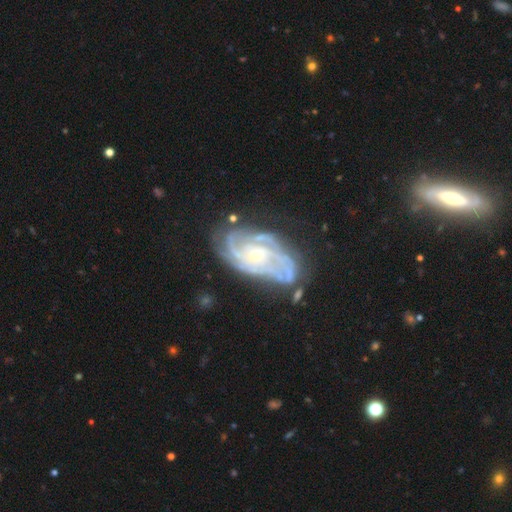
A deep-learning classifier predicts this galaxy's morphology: This is clearly a featured or disk galaxy (88%). It is clearly not viewed edge-on (96%). Bar: likely no (71%). Spiral arm pattern: clearly yes (96%). Spiral arm count: marginally 3 (26%). Spiral winding: likely tight (61%). Central bulge: likely small (67%). Merging: possibly none (59%).